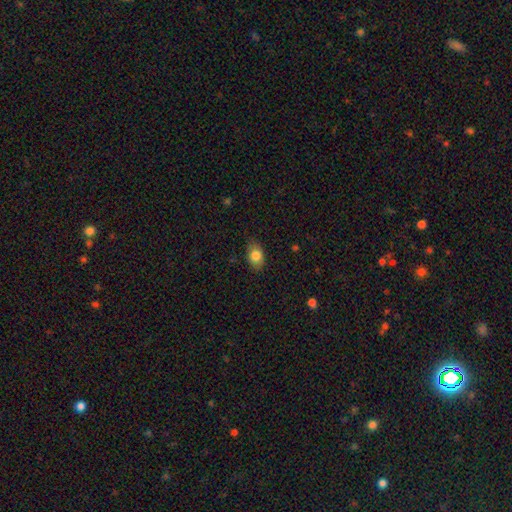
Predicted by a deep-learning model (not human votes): smooth-or-featured: smooth: 82% | featured or disk: 9% | star or artifact: 8%
  how-rounded: in between: 81% | round: 17% | cigar-shaped: 2%
  merging: none: 81% | minor disturbance: 15% | major disturbance: 3% | merger: 1%